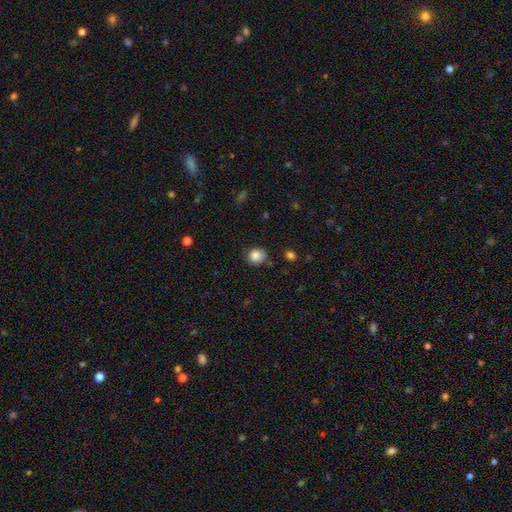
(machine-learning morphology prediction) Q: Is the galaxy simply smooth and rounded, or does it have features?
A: smooth — 85%.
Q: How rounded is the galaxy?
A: round — 74%.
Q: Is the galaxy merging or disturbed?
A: none — 72%.